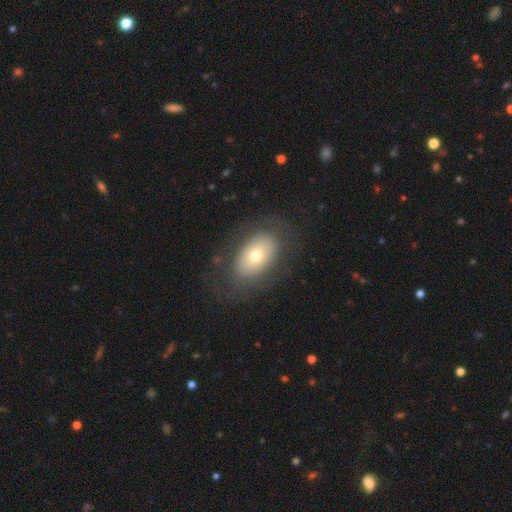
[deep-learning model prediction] Smooth or featured?
  - smooth: 55% *
  - featured or disk: 38%
  - star or artifact: 7%
How rounded?
  - in between: 88% *
  - round: 11%
  - cigar-shaped: 1%
Merging?
  - none: 74% *
  - minor disturbance: 15%
  - major disturbance: 9%
  - merger: 1%